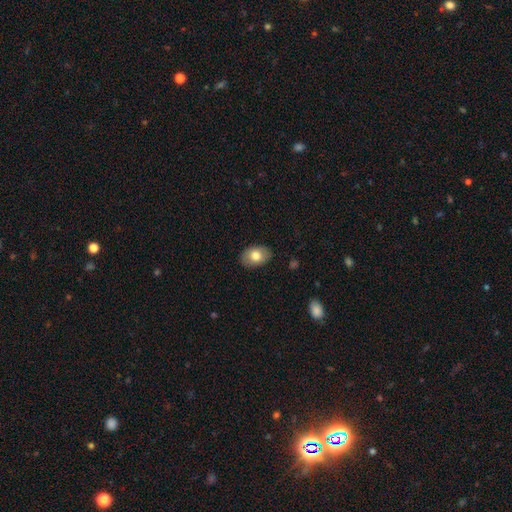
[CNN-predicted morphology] This is likely a smooth galaxy (78%). How rounded: clearly in between (84%). Merging: clearly none (87%).